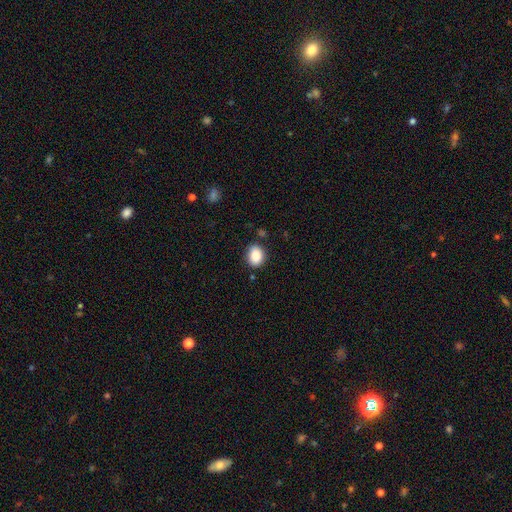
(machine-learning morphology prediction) Smooth or featured?
  - smooth: 87% *
  - star or artifact: 8%
  - featured or disk: 4%
How rounded?
  - in between: 54% *
  - round: 45%
  - cigar-shaped: 1%
Merging?
  - none: 84% *
  - minor disturbance: 11%
  - major disturbance: 3%
  - merger: 2%